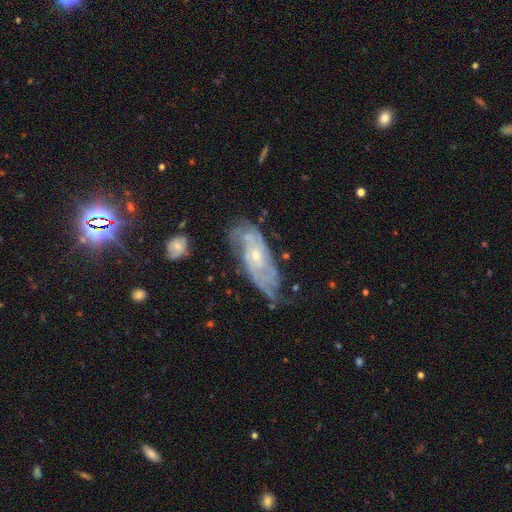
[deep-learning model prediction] This appears to be a featured or disk galaxy (81%) with no bar (70%), tight (62%) spiral arms (92%) and a small central bulge (69%). Merging: none (59%).